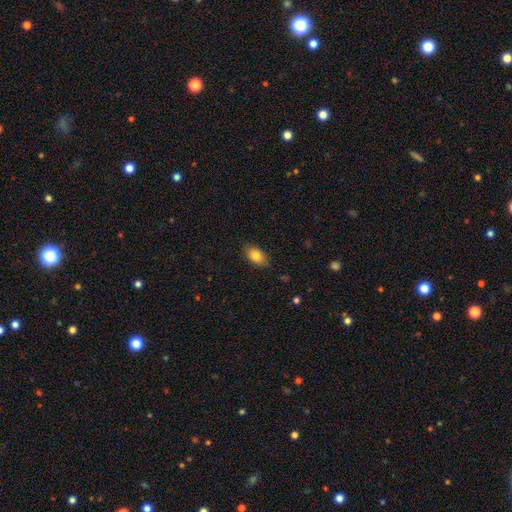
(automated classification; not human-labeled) smooth 83%, featured or disk 9%, star or artifact 8%. Down the decision tree: how rounded — in between (88%); merging — none (85%).